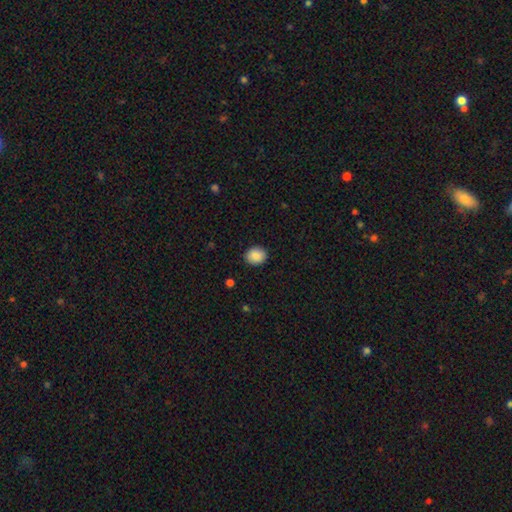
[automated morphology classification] This is clearly a smooth galaxy (88%). How rounded: likely round (70%). Merging: clearly none (90%).